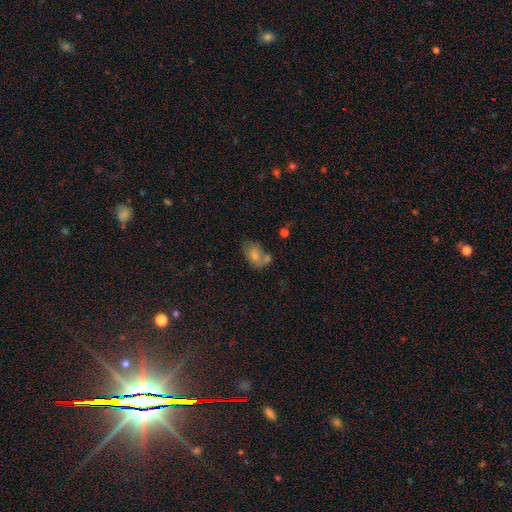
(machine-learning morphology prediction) Q: Smooth or featured?
A: smooth (67%); runner-up: featured or disk (23%)
Q: How rounded?
A: in between (85%); runner-up: round (13%)
Q: Merging?
A: none (36%); runner-up: merger (28%)